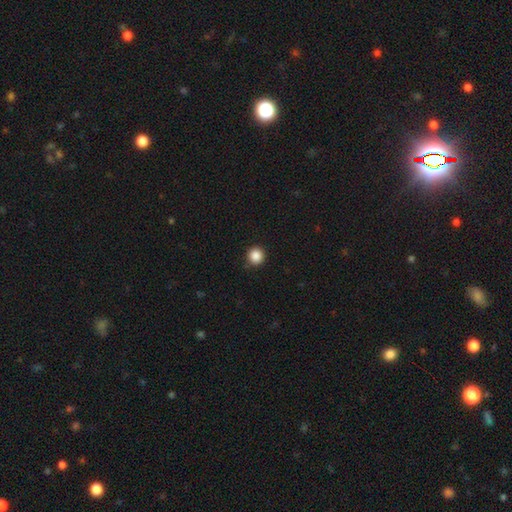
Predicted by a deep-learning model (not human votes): This is clearly a smooth galaxy (87%). How rounded: clearly round (95%). Merging: clearly none (91%).